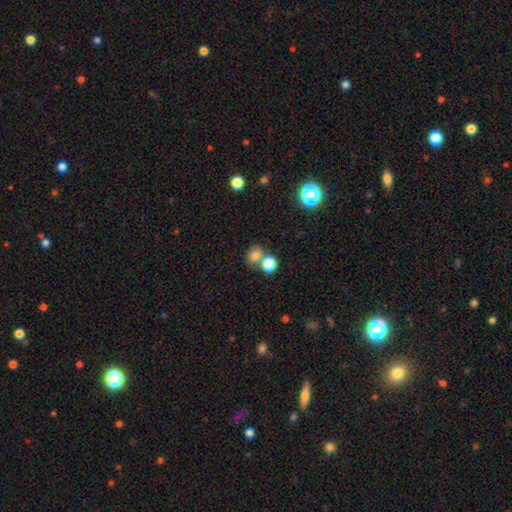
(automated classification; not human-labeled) smooth 77%, star or artifact 14%, featured or disk 9%. Down the decision tree: how rounded — round (57%); merging — none (49%).